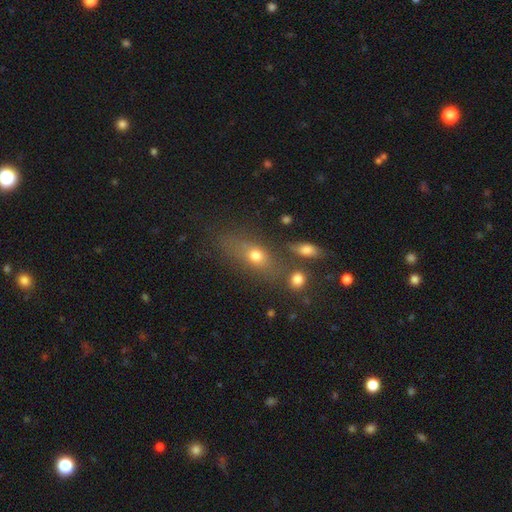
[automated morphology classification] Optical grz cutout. It shows a smooth galaxy with no disk features (65%) that is in between round and cigar-shaped (62%). Merging: none (61%).